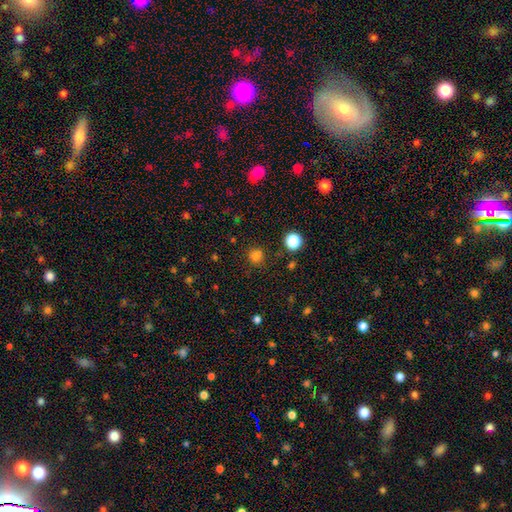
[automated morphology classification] type=smooth (78%); roundness=round (87%); merging=none (81%).